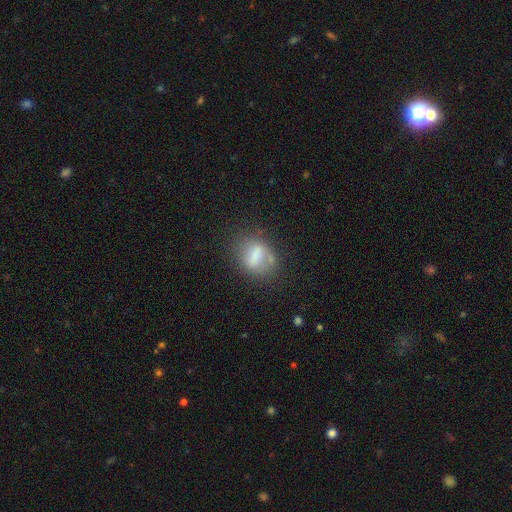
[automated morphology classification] This appears to be a smooth galaxy with no disk features (57%) that is in between round and cigar-shaped (51%). Merging: none (53%).